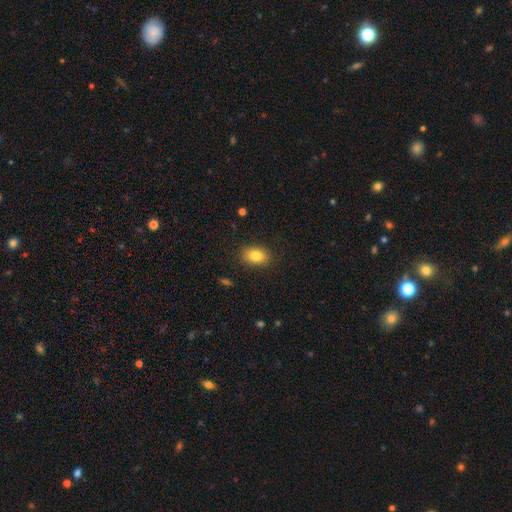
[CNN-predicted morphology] Overall: smooth (84%). How rounded: in between (82%). Merging: none (87%).